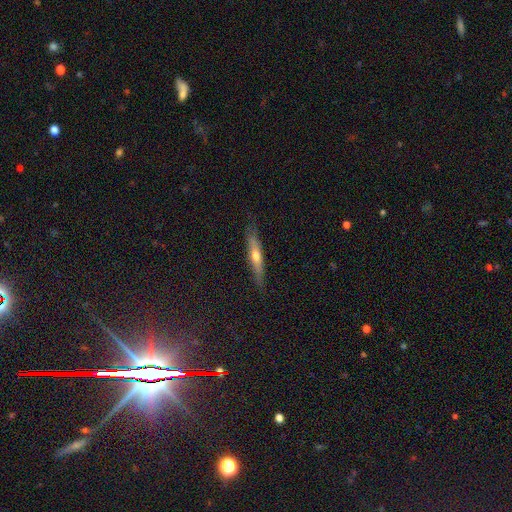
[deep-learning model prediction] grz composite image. It shows a featured or disk galaxy (51%) viewed edge-on (87%). Merging: none (81%).